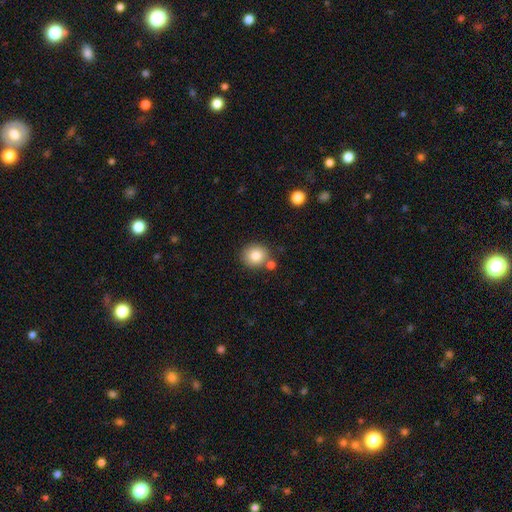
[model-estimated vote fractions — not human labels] Morphology: type=smooth (81%); roundness=round (85%); merging=none (76%).